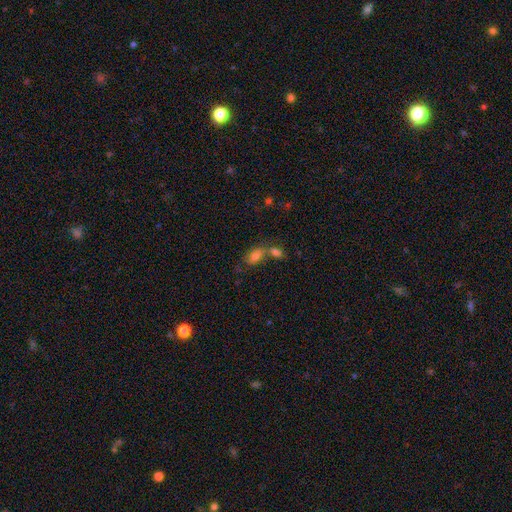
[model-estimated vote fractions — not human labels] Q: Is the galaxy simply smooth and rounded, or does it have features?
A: smooth — 77%.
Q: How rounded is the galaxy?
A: in between — 88%.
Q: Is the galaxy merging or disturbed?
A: merger — 47%.